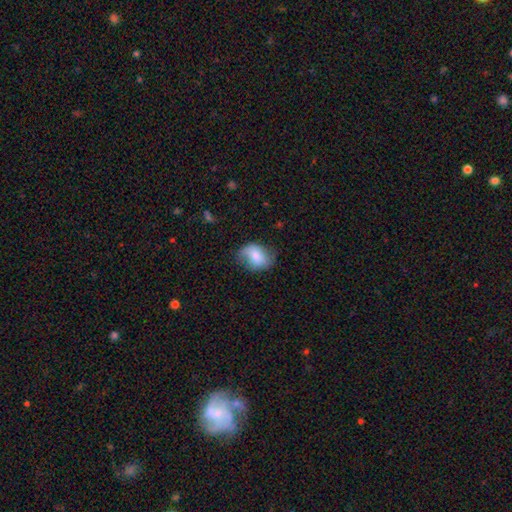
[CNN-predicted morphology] This appears to be a smooth galaxy with no disk features (66%) that is in between round and cigar-shaped (70%). Merging: none (60%).